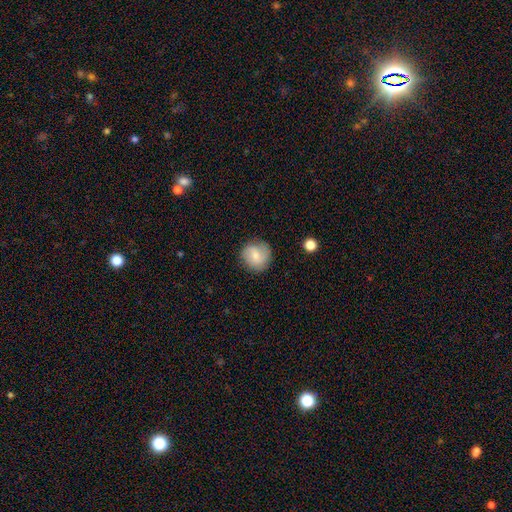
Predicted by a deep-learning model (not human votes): smooth-or-featured: smooth: 60% | featured or disk: 32% | star or artifact: 8%
  how-rounded: round: 89% | in between: 10% | cigar-shaped: 1%
  merging: none: 81% | minor disturbance: 13% | major disturbance: 4% | merger: 1%